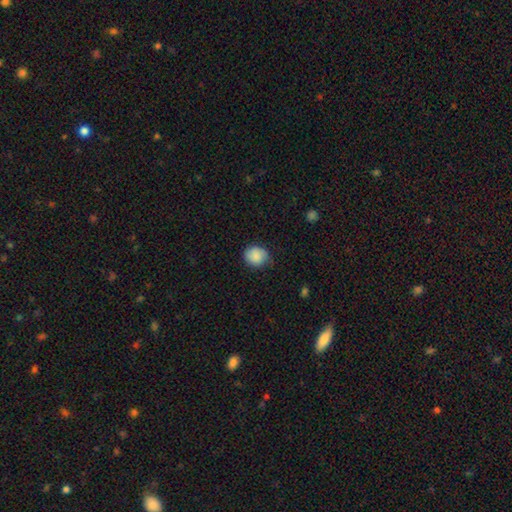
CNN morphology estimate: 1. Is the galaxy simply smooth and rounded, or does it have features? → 84% smooth, 8% featured or disk, 8% star or artifact.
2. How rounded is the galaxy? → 72% round, 27% in between, 1% cigar-shaped.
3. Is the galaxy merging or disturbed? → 73% none, 21% minor disturbance, 4% major disturbance, 1% merger.